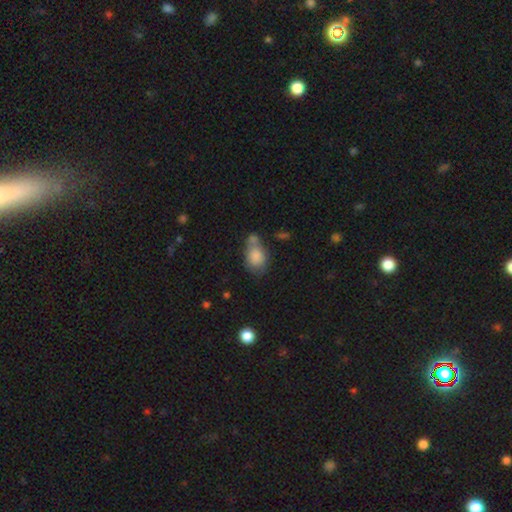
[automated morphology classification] type=smooth (83%); roundness=in between (67%); merging=none (37%).